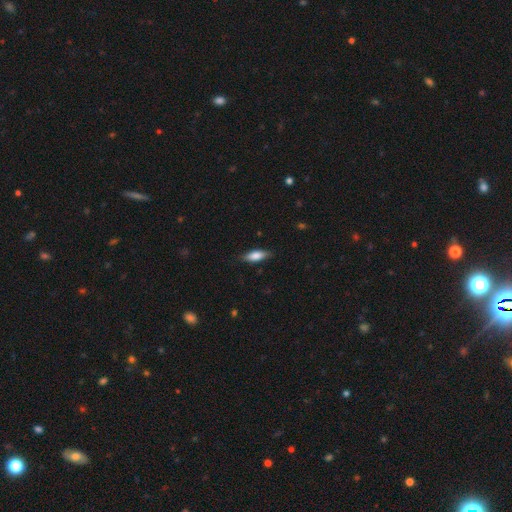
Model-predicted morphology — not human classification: The model was most divided on "how rounded": in between: 66%, cigar-shaped: 32%, round: 2%. More confident: merging — none (83%); smooth or featured — smooth (79%).